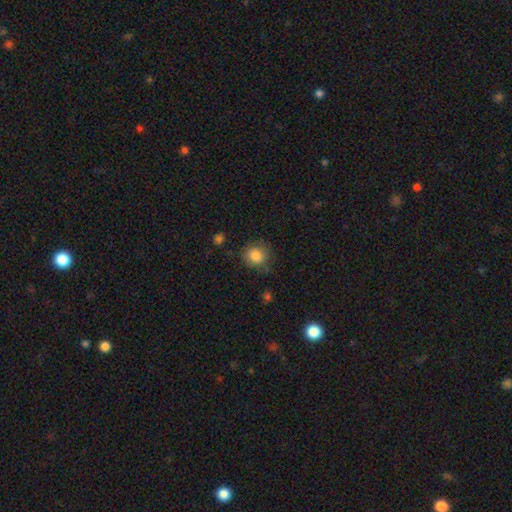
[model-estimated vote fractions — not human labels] The model was most divided on "merging": none: 79%, minor disturbance: 15%, major disturbance: 4%, merger: 2%. More confident: how rounded — round (86%); smooth or featured — smooth (85%).